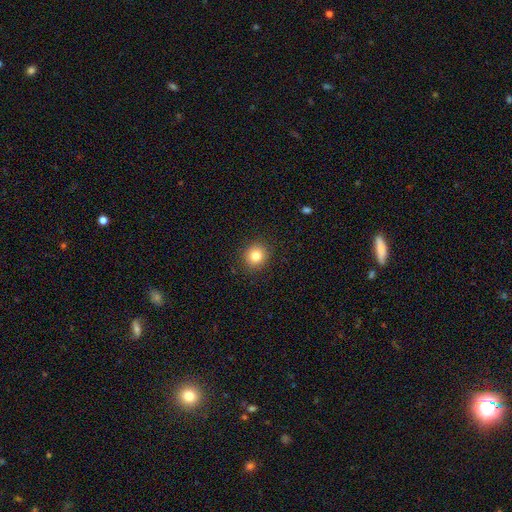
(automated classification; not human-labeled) A smooth galaxy with no disk features (82%) that is round (86%).

Vote fractions:
- Smooth or featured? smooth: 82% / star or artifact: 11% / featured or disk: 7%
- How rounded? round: 86% / in between: 13% / cigar-shaped: 1%
- Merging? none: 91% / minor disturbance: 6% / major disturbance: 2% / merger: 1%